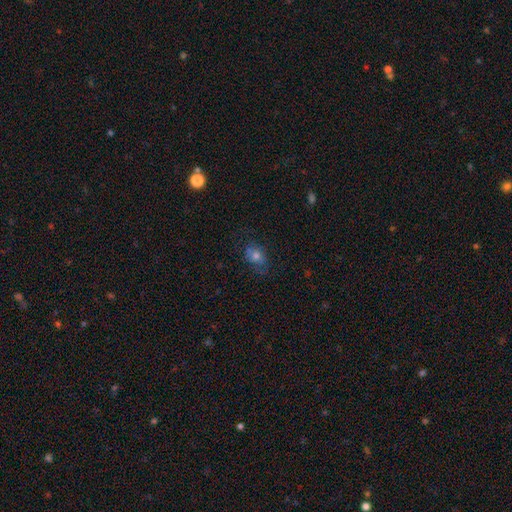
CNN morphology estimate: smooth 65%, star or artifact 18%, featured or disk 17%. Down the decision tree: how rounded — in between (50%); merging — none (64%).